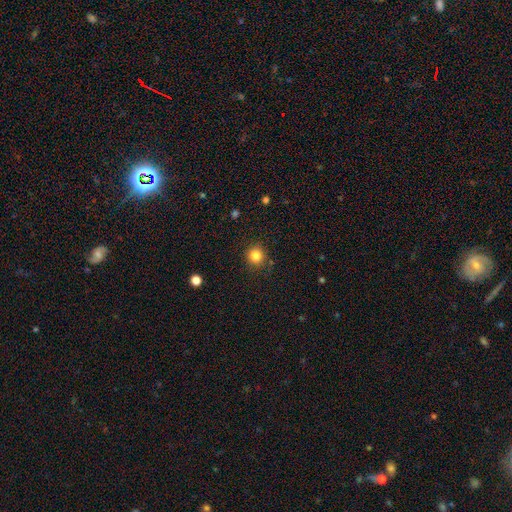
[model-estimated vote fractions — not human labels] Q: Smooth or featured?
A: smooth (83%); runner-up: star or artifact (12%)
Q: How rounded?
A: round (91%); runner-up: in between (8%)
Q: Merging?
A: none (87%); runner-up: minor disturbance (9%)